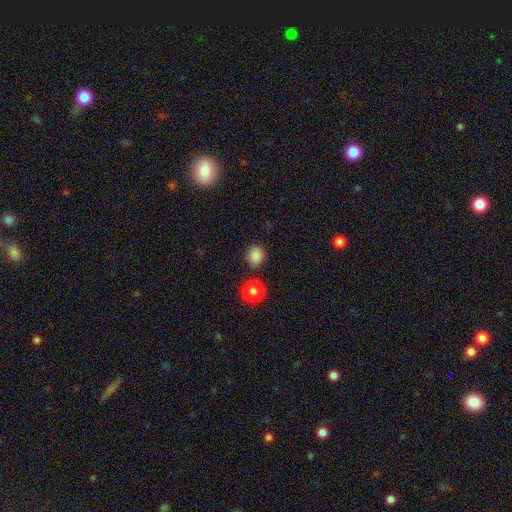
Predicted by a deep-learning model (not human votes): This is clearly a smooth galaxy (84%). How rounded: likely round (72%). Merging: clearly none (83%).